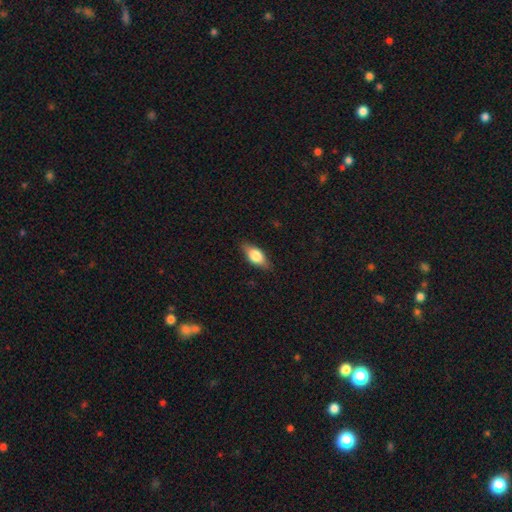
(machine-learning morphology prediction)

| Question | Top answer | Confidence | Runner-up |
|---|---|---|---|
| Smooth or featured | smooth | 65% | featured or disk (27%) |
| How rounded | in between | 79% | cigar-shaped (15%) |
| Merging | none | 83% | minor disturbance (13%) |